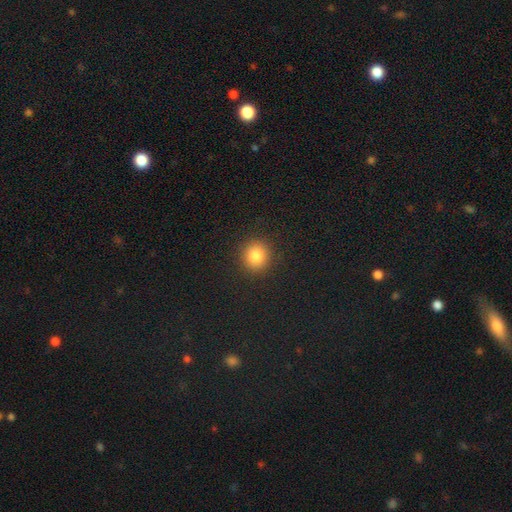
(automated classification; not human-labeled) Smooth or featured?
  - smooth: 83% *
  - star or artifact: 11%
  - featured or disk: 5%
How rounded?
  - round: 88% *
  - in between: 11%
  - cigar-shaped: 1%
Merging?
  - none: 91% *
  - minor disturbance: 6%
  - major disturbance: 2%
  - merger: 1%